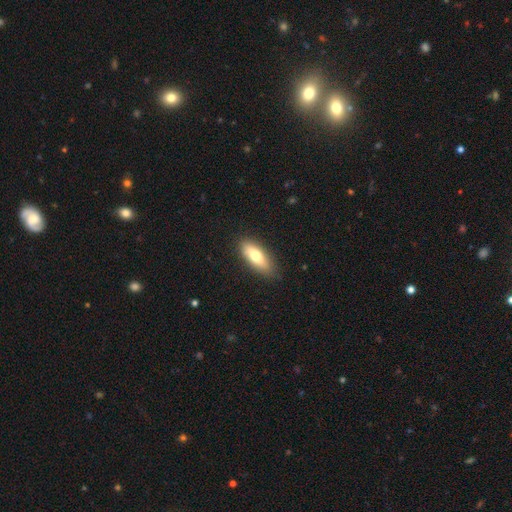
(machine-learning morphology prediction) A smooth galaxy with no disk features (72%) that is in between round and cigar-shaped (68%). Merging: none (85%).